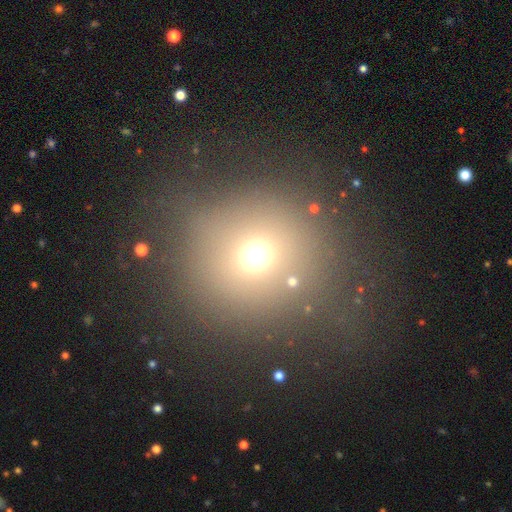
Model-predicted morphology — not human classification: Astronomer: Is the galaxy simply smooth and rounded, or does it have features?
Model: smooth — 63%.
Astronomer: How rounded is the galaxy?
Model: round — 90%.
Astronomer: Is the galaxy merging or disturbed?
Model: none — 74%.